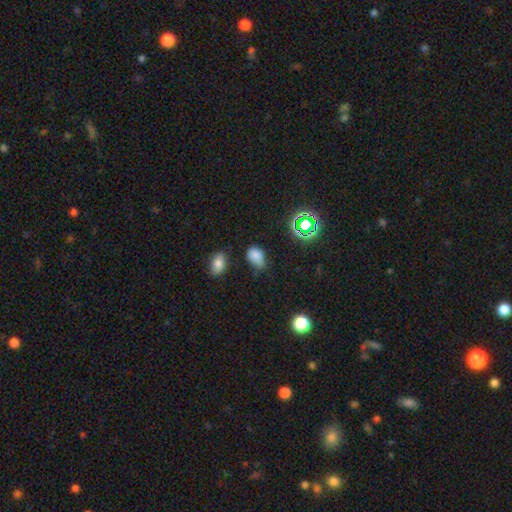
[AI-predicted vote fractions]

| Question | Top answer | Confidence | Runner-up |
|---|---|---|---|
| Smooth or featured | smooth | 74% | star or artifact (19%) |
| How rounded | in between | 84% | round (14%) |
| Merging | none | 50% | minor disturbance (35%) |